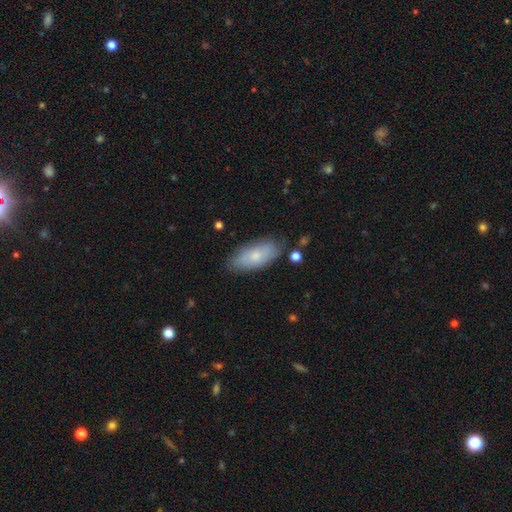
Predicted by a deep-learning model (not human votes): A smooth galaxy with no disk features (66%) that is in between round and cigar-shaped (86%). Merging: none (75%).